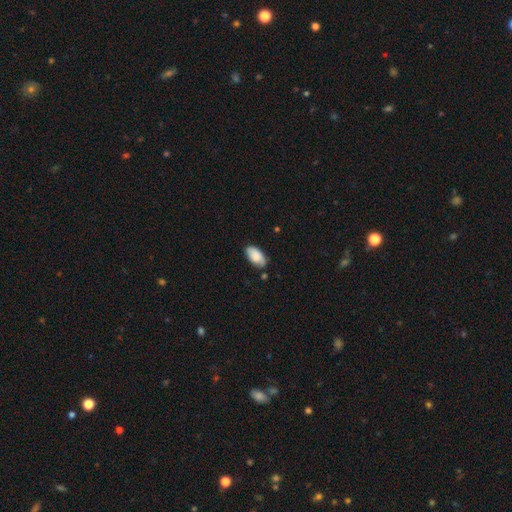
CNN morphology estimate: smooth-or-featured: smooth: 83% | featured or disk: 11% | star or artifact: 6%
  how-rounded: in between: 95% | round: 3% | cigar-shaped: 2%
  merging: none: 74% | minor disturbance: 20% | major disturbance: 3% | merger: 3%